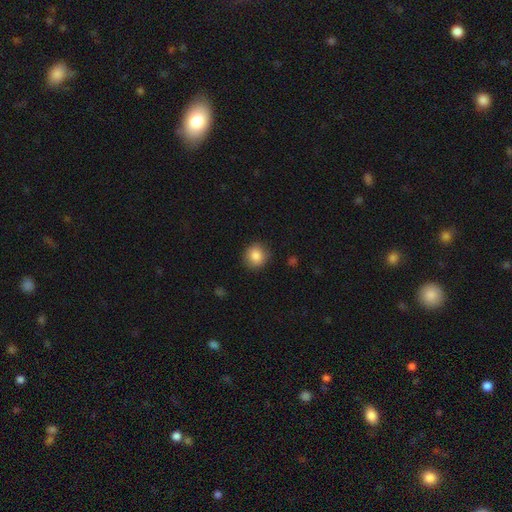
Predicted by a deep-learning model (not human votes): Smooth or featured?
  - smooth: 86% *
  - star or artifact: 9%
  - featured or disk: 5%
How rounded?
  - round: 88% *
  - in between: 11%
  - cigar-shaped: 1%
Merging?
  - none: 88% *
  - minor disturbance: 9%
  - major disturbance: 2%
  - merger: 1%